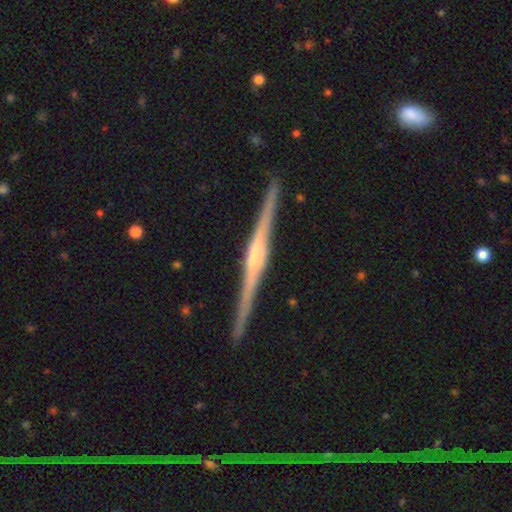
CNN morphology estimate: Smooth or featured?
  - featured or disk: 84% *
  - smooth: 11%
  - star or artifact: 5%
Edge-on disk?
  - yes: 99% *
  - no: 1%
Edge-on bulge?
  - rounded: 51% *
  - boxy: 33%
  - none: 17%
Merging?
  - none: 91% *
  - minor disturbance: 7%
  - major disturbance: 1%
  - merger: 1%